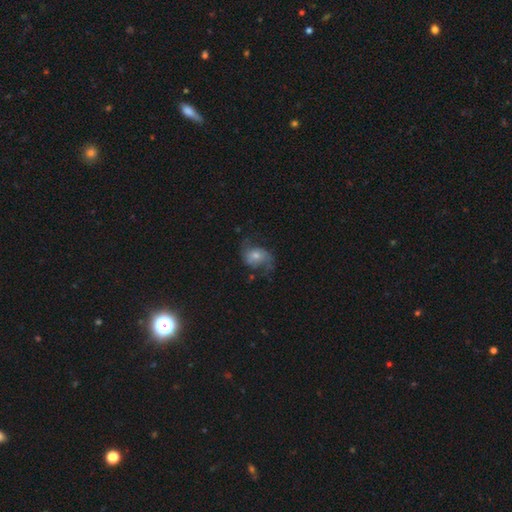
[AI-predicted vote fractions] Smooth or featured?
  - featured or disk: 56% *
  - smooth: 35%
  - star or artifact: 9%
Edge-on disk?
  - no: 97% *
  - yes: 3%
Bar?
  - no: 67% *
  - weak: 26%
  - strong: 7%
Spiral arms?
  - yes: 82% *
  - no: 18%
Bulge size?
  - moderate: 47% *
  - small: 40%
  - large: 7%
  - none: 3%
  - dominant: 2%
Merging?
  - none: 50% *
  - minor disturbance: 24%
  - major disturbance: 24%
  - merger: 2%